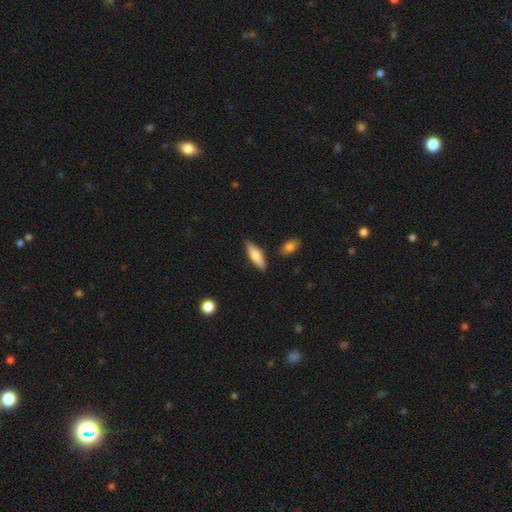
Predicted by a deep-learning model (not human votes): smooth-or-featured: smooth: 68% | featured or disk: 26% | star or artifact: 6%
  how-rounded: cigar-shaped: 58% | in between: 40% | round: 2%
  merging: none: 83% | minor disturbance: 12% | merger: 3% | major disturbance: 2%